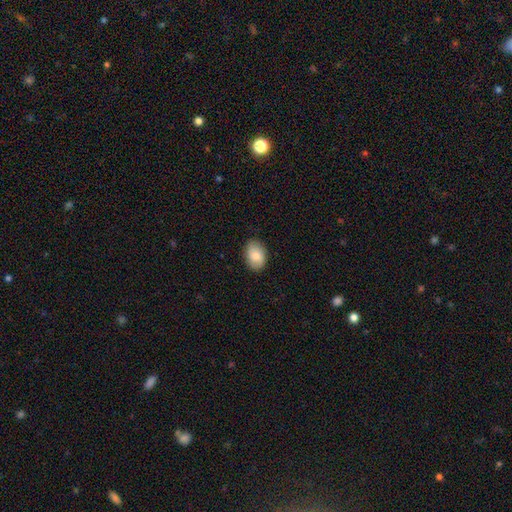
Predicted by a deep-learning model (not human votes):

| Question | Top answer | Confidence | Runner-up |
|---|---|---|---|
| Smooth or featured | smooth | 83% | featured or disk (11%) |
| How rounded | in between | 84% | round (15%) |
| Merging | none | 85% | minor disturbance (12%) |